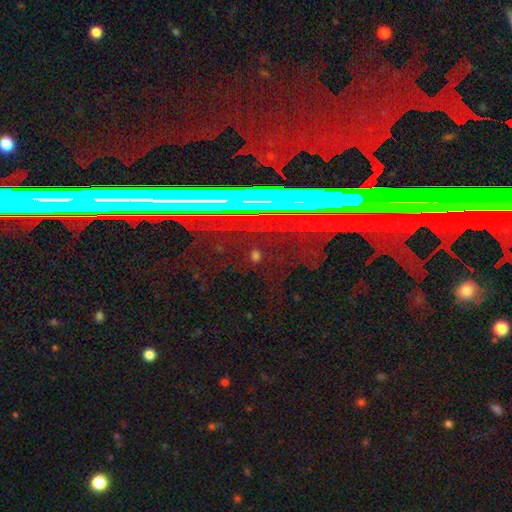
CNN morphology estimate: This appears to be a star or artifact, not a galaxy (60%).